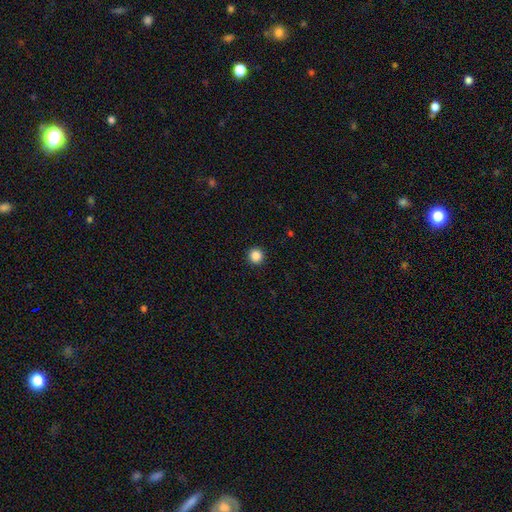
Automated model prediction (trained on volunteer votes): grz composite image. It shows a smooth galaxy with no disk features (87%) that is round (96%). Merging: none (93%).